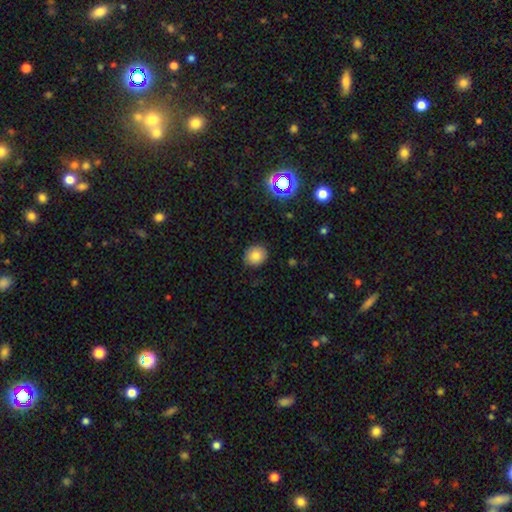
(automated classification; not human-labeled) smooth_or_featured: smooth (p=0.82) [alt: star or artifact p=0.12]
how_rounded: round (p=0.74) [alt: in between p=0.25]
merging: none (p=0.87) [alt: minor disturbance p=0.09]